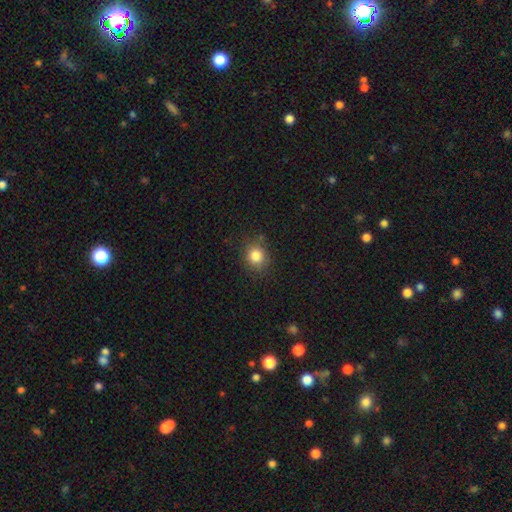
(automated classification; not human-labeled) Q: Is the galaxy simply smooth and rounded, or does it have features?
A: smooth — 83%.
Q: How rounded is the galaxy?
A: round — 74%.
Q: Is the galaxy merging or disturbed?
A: none — 83%.